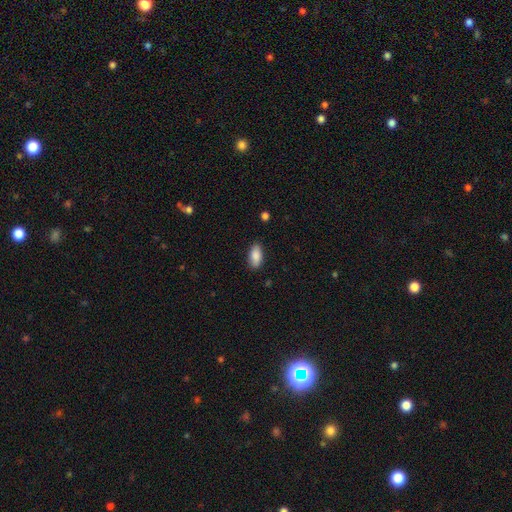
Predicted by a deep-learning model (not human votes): This is clearly a smooth galaxy (88%). How rounded: clearly in between (90%). Merging: clearly none (86%).